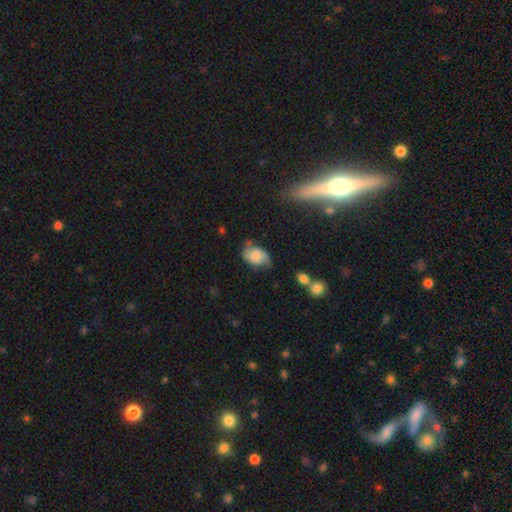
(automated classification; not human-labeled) This appears to be a featured or disk galaxy (47%). Merging: none (55%).